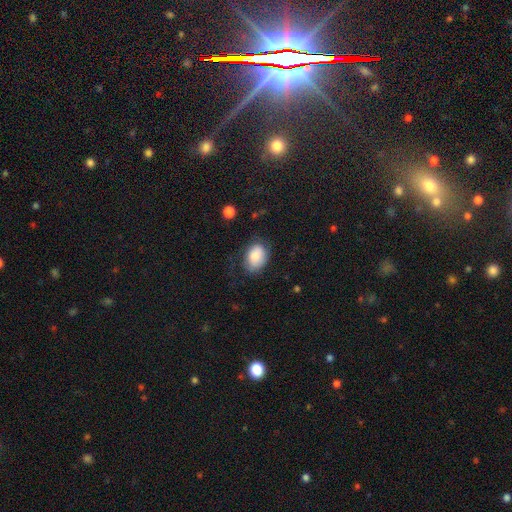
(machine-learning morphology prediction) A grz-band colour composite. It shows a smooth galaxy with no disk features (82%) that is in between round and cigar-shaped (82%). Merging: none (59%).